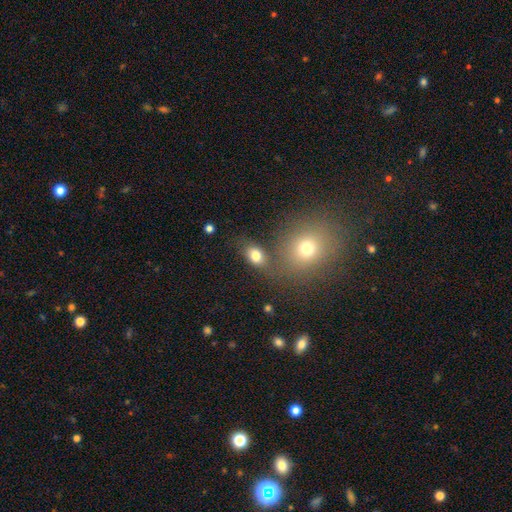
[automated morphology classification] Q: Smooth or featured?
A: smooth (78%); runner-up: star or artifact (13%)
Q: How rounded?
A: in between (73%); runner-up: round (25%)
Q: Merging?
A: none (62%); runner-up: merger (19%)